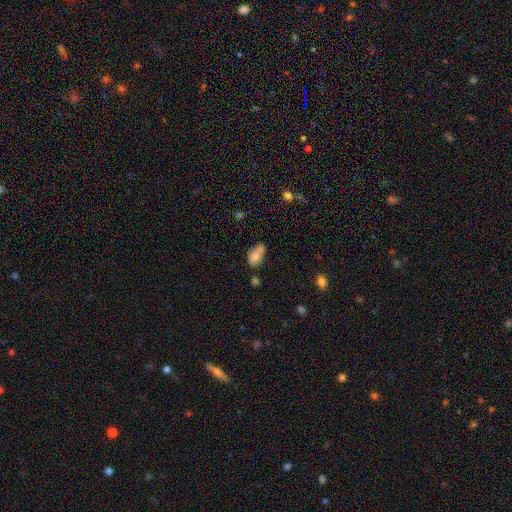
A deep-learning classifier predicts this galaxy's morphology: Smooth or featured? Predicted: smooth (p=0.77). How rounded? Predicted: in between (p=0.87). Merging? Predicted: none (p=0.36).